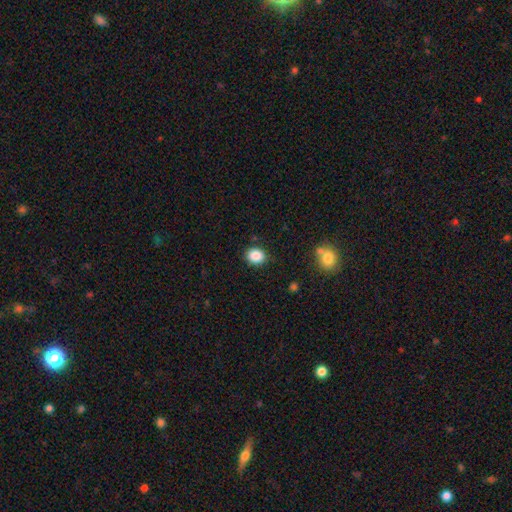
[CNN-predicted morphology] type=smooth (87%); roundness=round (57%); merging=none (87%).